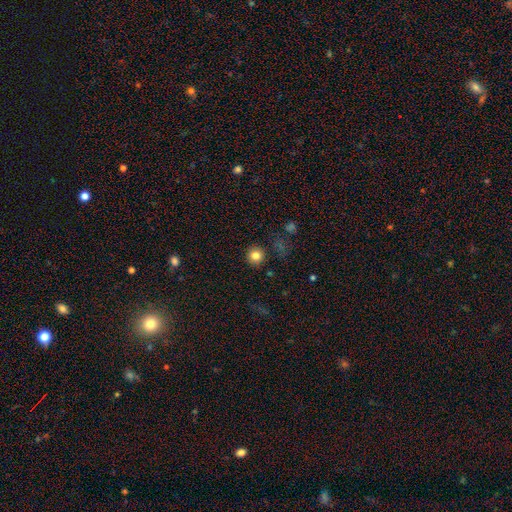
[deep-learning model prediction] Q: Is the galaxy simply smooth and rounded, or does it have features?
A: smooth — 82%.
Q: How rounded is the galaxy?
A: round — 93%.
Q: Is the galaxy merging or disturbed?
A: none — 90%.